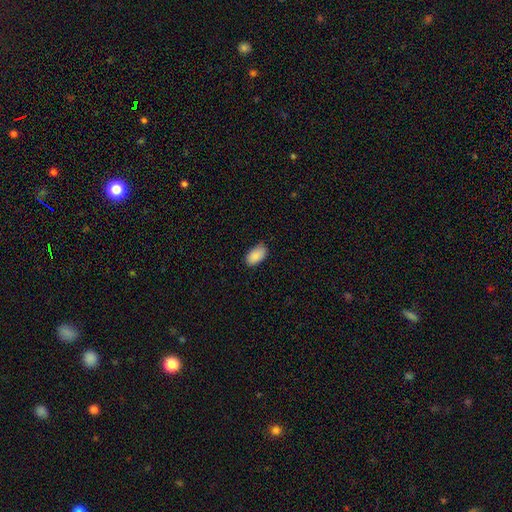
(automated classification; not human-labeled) The model was most divided on "merging": none: 80%, minor disturbance: 17%, major disturbance: 3%, merger: 1%. More confident: how rounded — in between (94%); smooth or featured — smooth (89%).